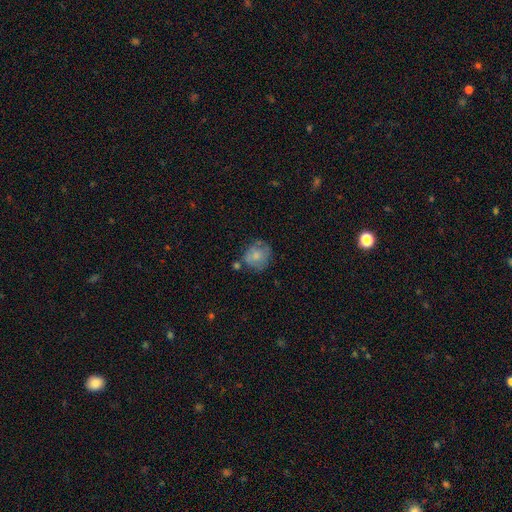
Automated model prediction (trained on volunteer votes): Q: Smooth or featured?
A: smooth (71%); runner-up: featured or disk (21%)
Q: How rounded?
A: round (78%); runner-up: in between (21%)
Q: Merging?
A: none (57%); runner-up: minor disturbance (25%)